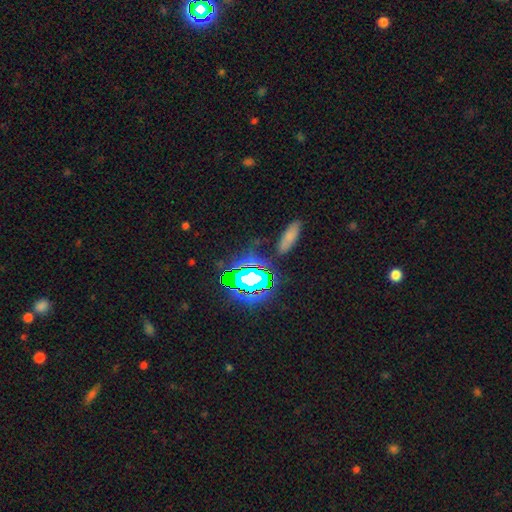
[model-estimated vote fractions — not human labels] This is likely a star or artifact rather than a galaxy (70%).